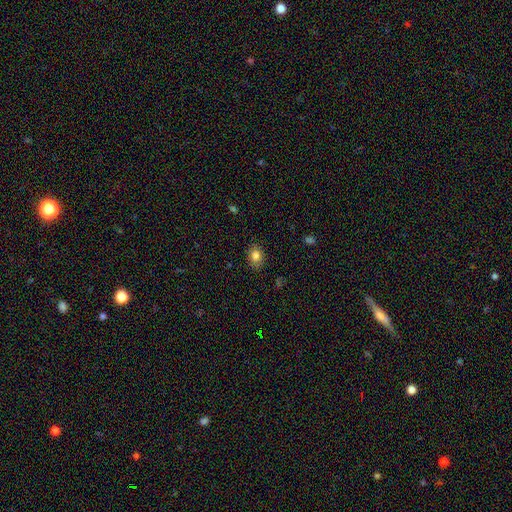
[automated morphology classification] smooth_or_featured: smooth (p=0.82) [alt: star or artifact p=0.10]
how_rounded: in between (p=0.55) [alt: round p=0.44]
merging: none (p=0.85) [alt: minor disturbance p=0.12]